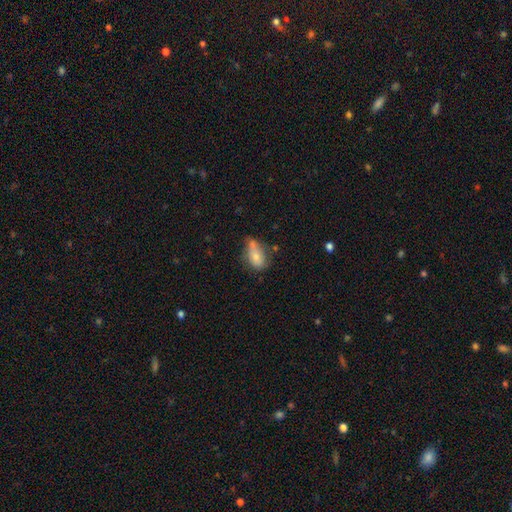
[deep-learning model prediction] smooth 70%, featured or disk 21%, star or artifact 9%. Down the decision tree: how rounded — in between (85%); merging — none (39%).